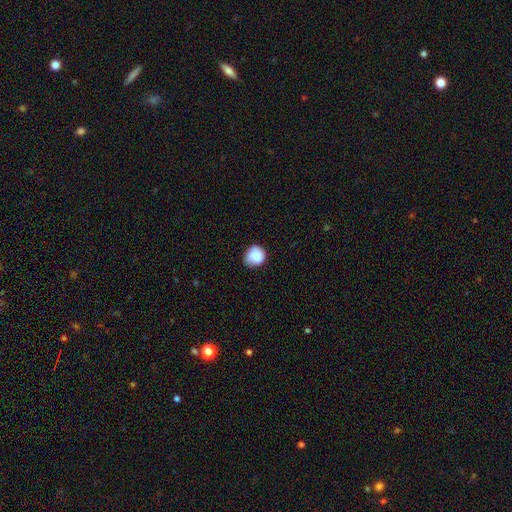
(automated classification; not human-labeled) smooth_or_featured: smooth (p=0.84) [alt: star or artifact p=0.08]
how_rounded: round (p=0.85) [alt: in between p=0.14]
merging: none (p=0.73) [alt: minor disturbance p=0.22]